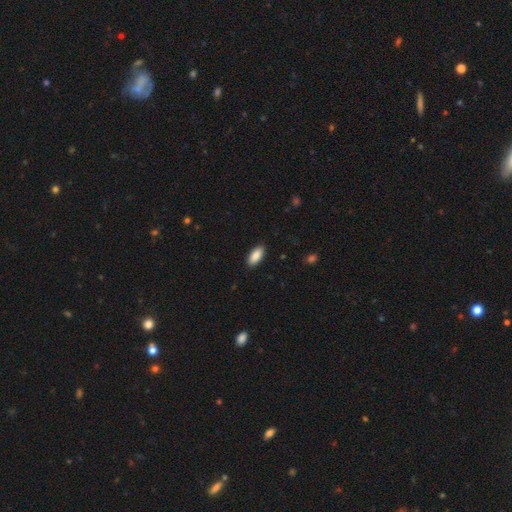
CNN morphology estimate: Q: Smooth or featured?
A: smooth (90%); runner-up: star or artifact (6%)
Q: How rounded?
A: in between (89%); runner-up: cigar-shaped (9%)
Q: Merging?
A: none (89%); runner-up: minor disturbance (8%)